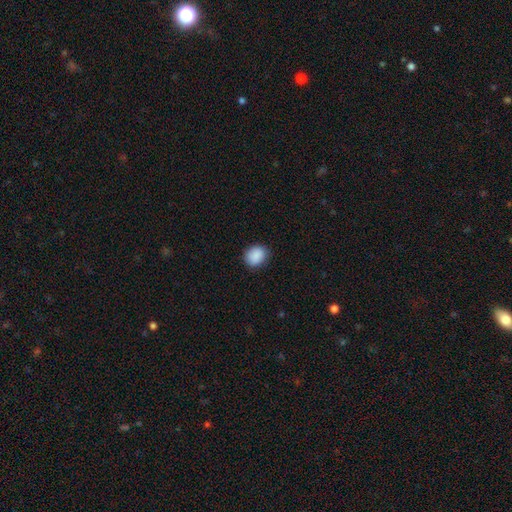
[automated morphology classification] Smooth or featured? Predicted: smooth (p=0.89). How rounded? Predicted: round (p=0.58). Merging? Predicted: none (p=0.85).